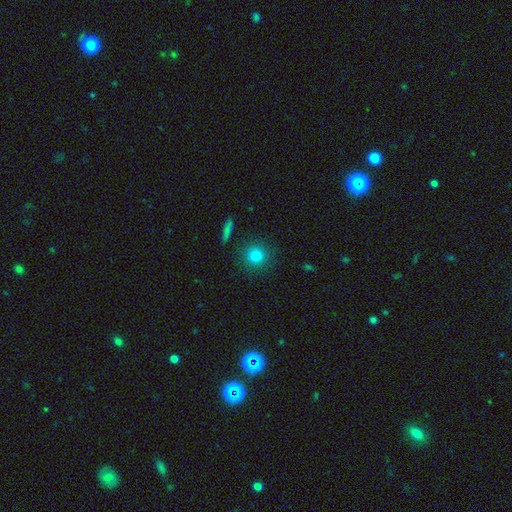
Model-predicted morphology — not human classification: Smooth or featured?
  - smooth: 83% *
  - star or artifact: 11%
  - featured or disk: 6%
How rounded?
  - round: 92% *
  - in between: 7%
  - cigar-shaped: 1%
Merging?
  - none: 88% *
  - minor disturbance: 7%
  - major disturbance: 3%
  - merger: 2%